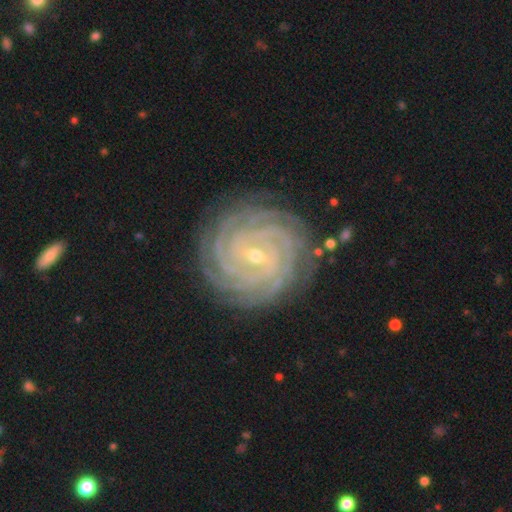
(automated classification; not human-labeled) A featured or disk galaxy (91%) with a weak bar (45%), more than 4 (30%) tight (90%) spiral arms (99%) and a small central bulge (68%).

Vote fractions:
- Smooth or featured? featured or disk: 91% / star or artifact: 5% / smooth: 4%
- Edge-on disk? no: 98% / yes: 2%
- Bar? weak: 45% / no: 29% / strong: 27%
- Spiral arms? yes: 99% / no: 1%
- Spiral winding? tight: 90% / medium: 8% / loose: 1%
- Spiral arm count? more than 4: 30% / 4: 26% / can't tell: 14% / 3: 12% / 2: 9% / 1: 8%
- Bulge size? small: 68% / moderate: 30% / large: 1% / none: 1% / dominant: 1%
- Merging? none: 86% / minor disturbance: 10% / major disturbance: 3% / merger: 1%